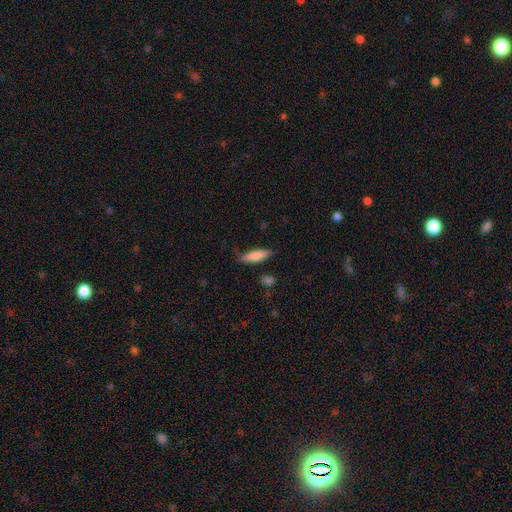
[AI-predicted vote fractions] A smooth galaxy with no disk features (79%) that is cigar-shaped (63%).

Vote fractions:
- Smooth or featured? smooth: 79% / featured or disk: 15% / star or artifact: 6%
- How rounded? cigar-shaped: 63% / in between: 35% / round: 2%
- Merging? none: 80% / minor disturbance: 15% / major disturbance: 3% / merger: 2%